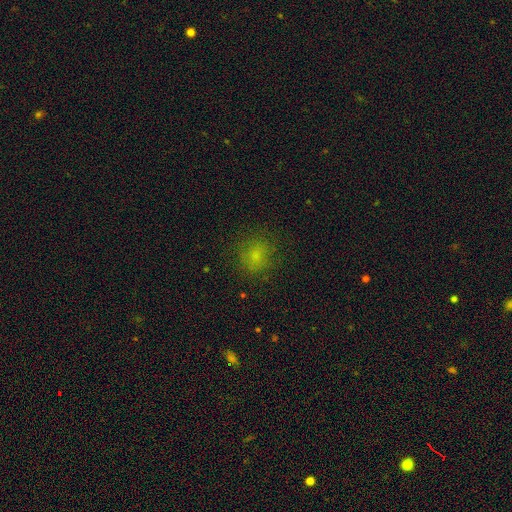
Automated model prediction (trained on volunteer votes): Smooth or featured? Predicted: smooth (p=0.76). How rounded? Predicted: round (p=0.78). Merging? Predicted: none (p=0.81).